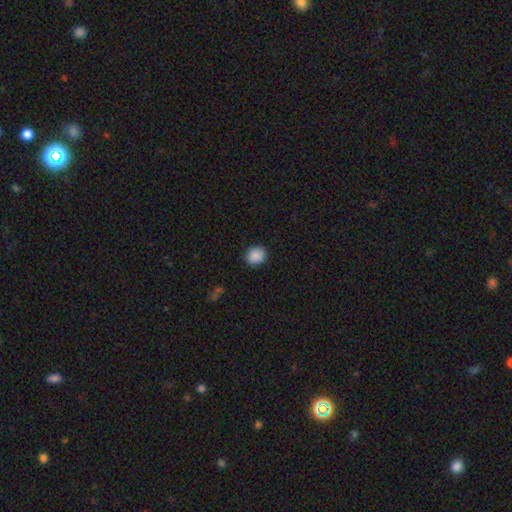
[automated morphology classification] This appears to be a smooth galaxy with no disk features (88%) that is round (78%). Merging: none (90%).